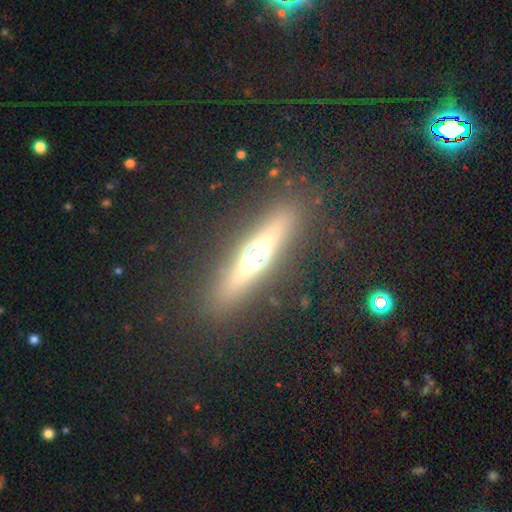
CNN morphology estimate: smooth-or-featured: featured or disk: 58% | smooth: 30% | star or artifact: 12%
  disk-edge-on: yes: 90% | no: 10%
    edge-on-bulge: rounded: 91% | boxy: 6% | none: 3%
  merging: none: 85% | minor disturbance: 9% | major disturbance: 4% | merger: 2%